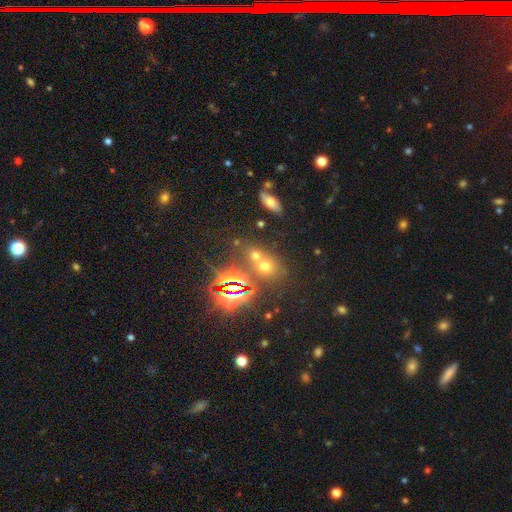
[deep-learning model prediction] smooth_or_featured: smooth (p=0.50) [alt: star or artifact p=0.37]
how_rounded: round (p=0.57) [alt: in between p=0.39]
merging: none (p=0.45) [alt: merger p=0.41]